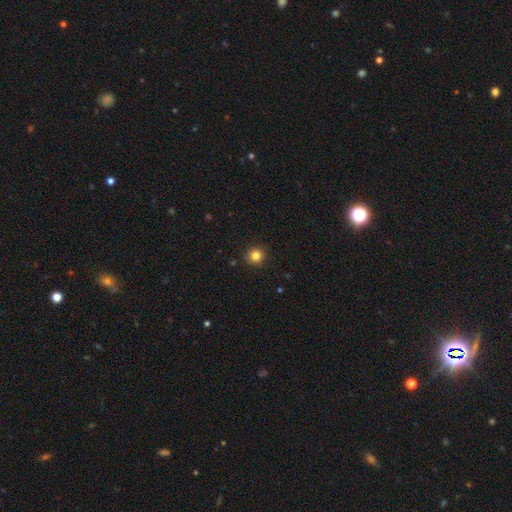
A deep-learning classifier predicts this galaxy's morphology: smooth-or-featured: smooth: 84% | star or artifact: 12% | featured or disk: 4%
  how-rounded: round: 92% | in between: 7% | cigar-shaped: 1%
  merging: none: 89% | minor disturbance: 8% | major disturbance: 2% | merger: 1%